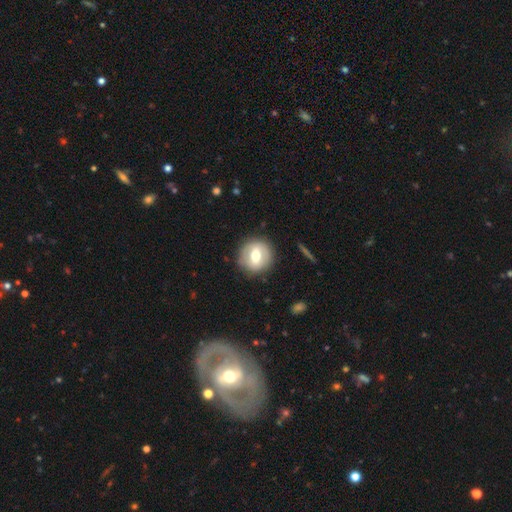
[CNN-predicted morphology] smooth 52%, featured or disk 41%, star or artifact 7%. Down the decision tree: how rounded — round (88%); merging — none (86%).